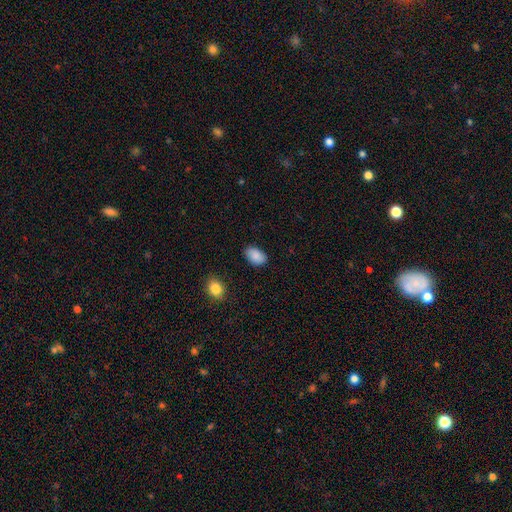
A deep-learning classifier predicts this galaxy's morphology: smooth 89%, star or artifact 7%, featured or disk 4%. Down the decision tree: how rounded — in between (90%); merging — none (85%).